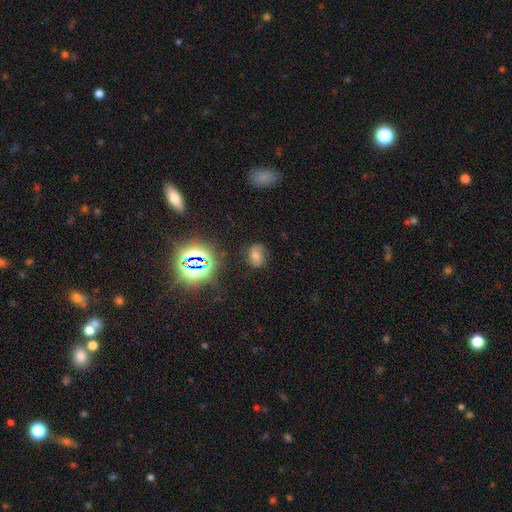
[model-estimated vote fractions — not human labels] Overall: smooth (36%; star or artifact 33%). Merging: none (72%).